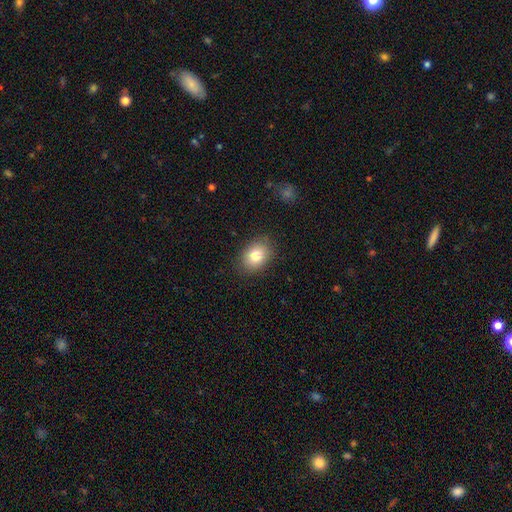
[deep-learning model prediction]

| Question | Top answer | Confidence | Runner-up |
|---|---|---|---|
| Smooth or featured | smooth | 81% | featured or disk (10%) |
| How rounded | in between | 69% | round (30%) |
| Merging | none | 86% | minor disturbance (11%) |